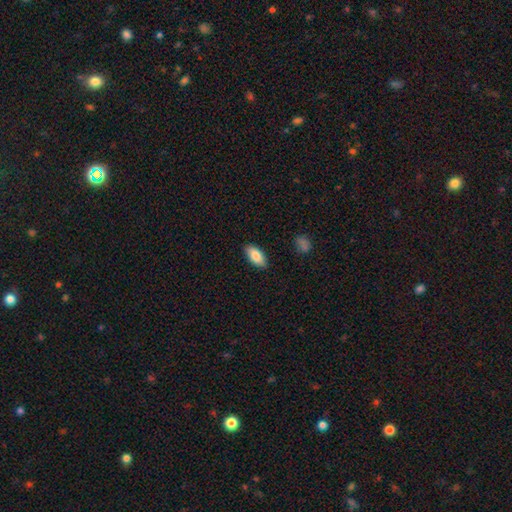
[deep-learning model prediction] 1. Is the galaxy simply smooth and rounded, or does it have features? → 84% smooth, 10% featured or disk, 6% star or artifact.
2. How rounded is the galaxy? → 90% in between, 8% cigar-shaped, 2% round.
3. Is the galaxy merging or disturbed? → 87% none, 10% minor disturbance, 2% major disturbance, 1% merger.